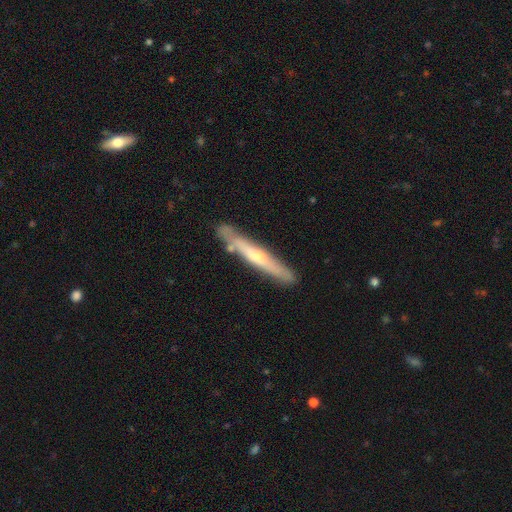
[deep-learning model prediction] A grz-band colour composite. It shows a featured or disk galaxy (56%) viewed edge-on (91%) with a rounded central bulge (66%). Merging: none (80%).